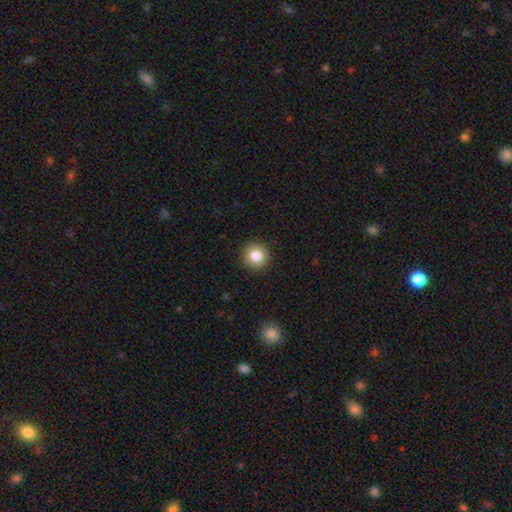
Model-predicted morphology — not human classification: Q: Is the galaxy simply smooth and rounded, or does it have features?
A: smooth — 83%.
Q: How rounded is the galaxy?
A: round — 94%.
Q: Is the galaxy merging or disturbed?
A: none — 92%.